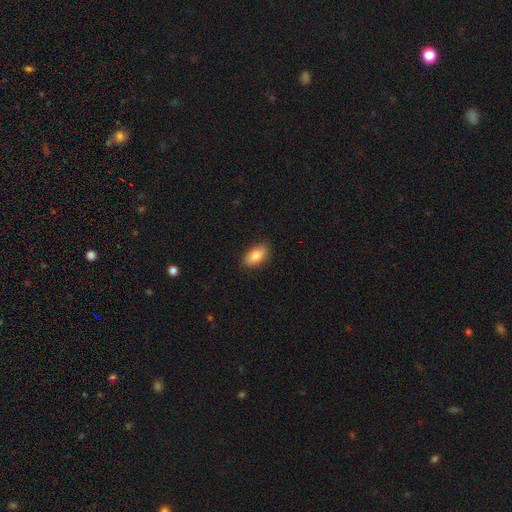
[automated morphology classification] smooth 82%, featured or disk 11%, star or artifact 7%. Down the decision tree: how rounded — in between (92%); merging — none (86%).